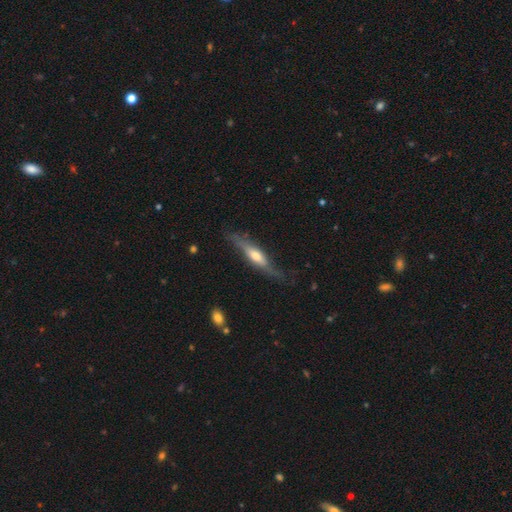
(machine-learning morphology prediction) Smooth or featured?
  - featured or disk: 60% *
  - smooth: 34%
  - star or artifact: 5%
Edge-on disk?
  - yes: 81% *
  - no: 19%
Merging?
  - none: 68% *
  - minor disturbance: 23%
  - major disturbance: 8%
  - merger: 2%